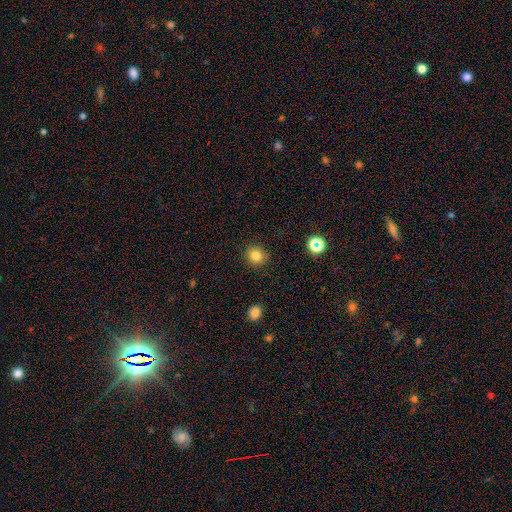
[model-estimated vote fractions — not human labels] The model was most divided on "smooth or featured": smooth: 80%, star or artifact: 13%, featured or disk: 6%. More confident: merging — none (89%); how rounded — round (89%).